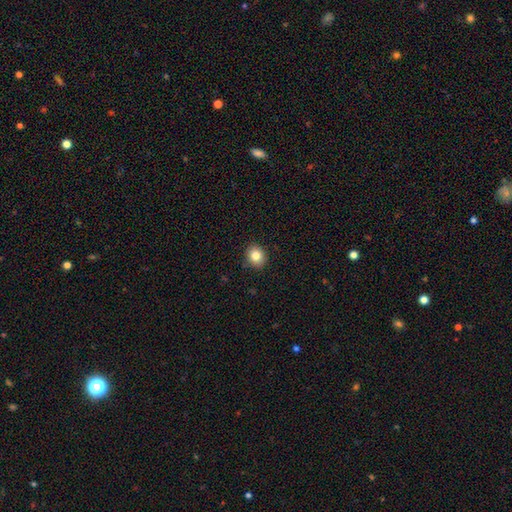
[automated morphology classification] Smooth or featured: smooth — 82% (star or artifact — 10%)
How rounded: round — 69% (in between — 30%)
Merging: none — 90% (minor disturbance — 7%)